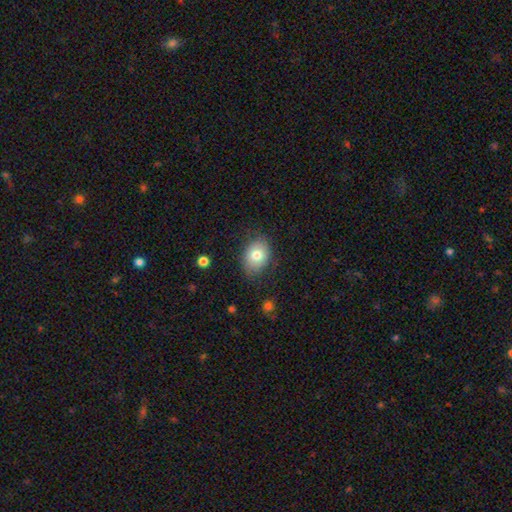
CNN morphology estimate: This appears to be a smooth galaxy with no disk features (75%) that is in between round and cigar-shaped (62%). Merging: none (86%).